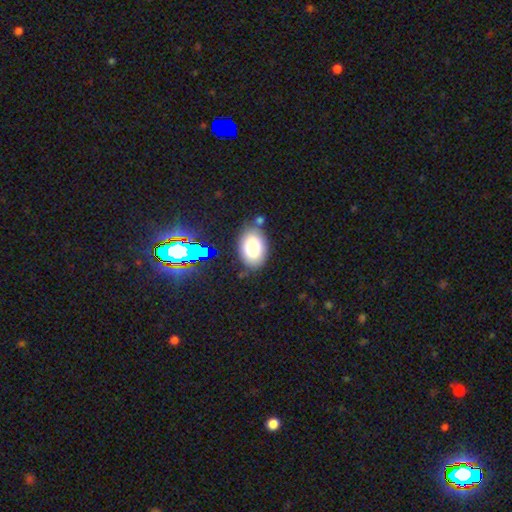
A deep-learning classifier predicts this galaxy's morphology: smooth_or_featured: smooth (p=0.75) [alt: star or artifact p=0.16]
how_rounded: in between (p=0.88) [alt: round p=0.11]
merging: none (p=0.79) [alt: minor disturbance p=0.13]